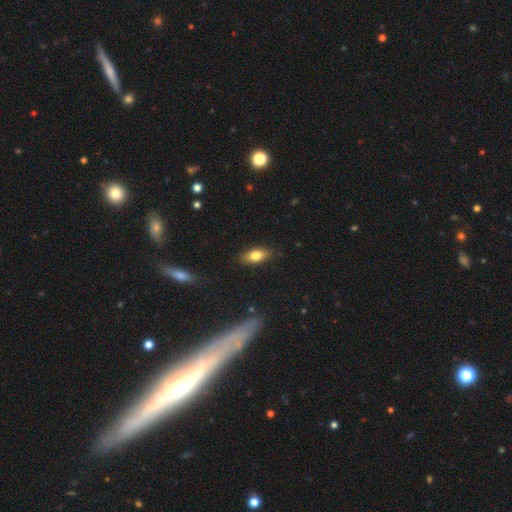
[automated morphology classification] This appears to be a smooth galaxy with no disk features (73%) that is in between round and cigar-shaped (77%). Merging: none (85%).